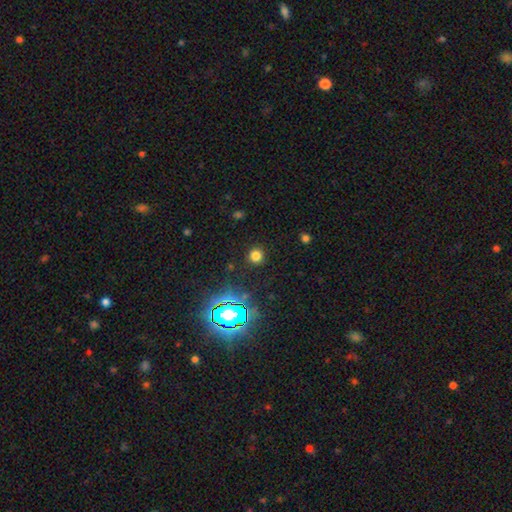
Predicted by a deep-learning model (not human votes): smooth 74%, star or artifact 21%, featured or disk 5%. Down the decision tree: how rounded — round (93%); merging — none (90%).